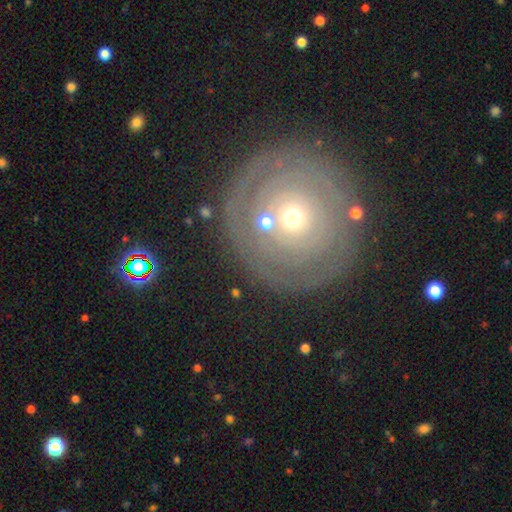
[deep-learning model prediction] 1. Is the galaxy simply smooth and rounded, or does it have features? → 59% featured or disk, 28% smooth, 13% star or artifact.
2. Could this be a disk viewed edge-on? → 95% no, 5% yes.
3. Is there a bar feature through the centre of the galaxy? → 88% no, 9% weak, 4% strong.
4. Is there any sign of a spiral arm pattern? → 54% yes, 46% no.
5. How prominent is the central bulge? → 60% small, 34% moderate, 3% large, 1% dominant, 1% none.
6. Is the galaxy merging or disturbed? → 82% none, 10% minor disturbance, 5% major disturbance, 4% merger.